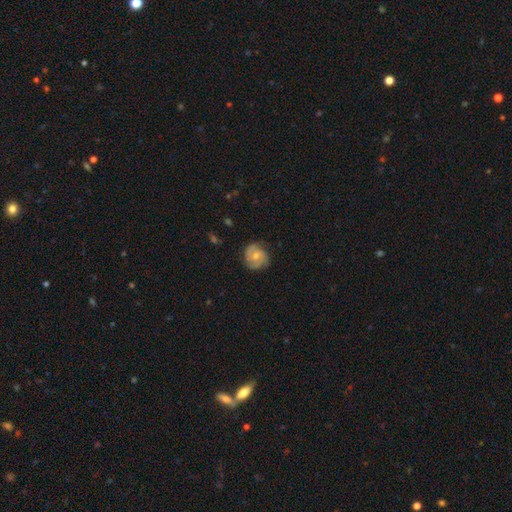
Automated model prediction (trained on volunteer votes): Morphology: type=featured or disk (62%); edge-on=no (98%); bar=no (70%); spiral arms=yes (89%); winding=tight (47%); arm count=2 (46%); bulge=small (47%, tied with moderate); merging=none (73%).